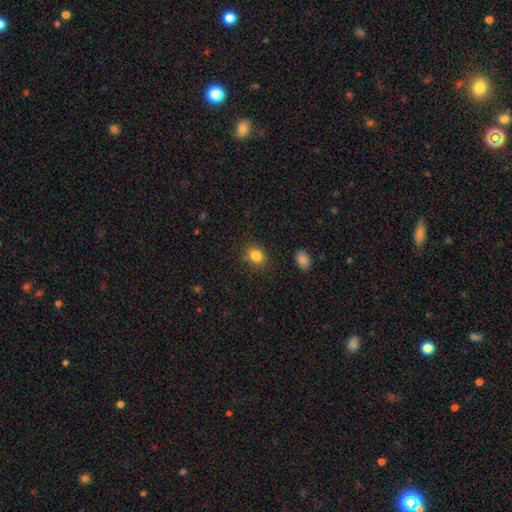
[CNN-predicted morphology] smooth 84%, star or artifact 10%, featured or disk 6%. Down the decision tree: how rounded — in between (55%); merging — none (84%).